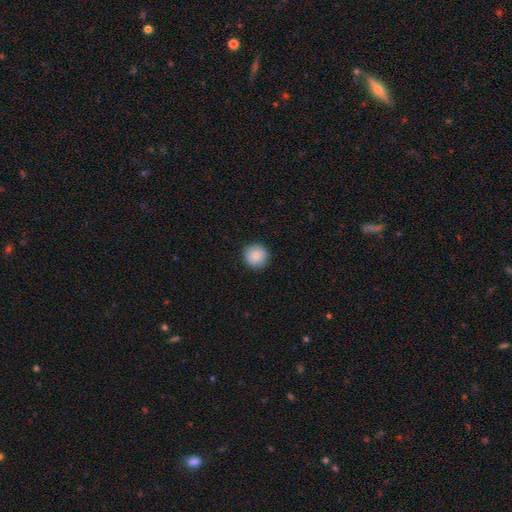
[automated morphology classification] A smooth galaxy with no disk features (88%) that is round (95%). Merging: none (91%).